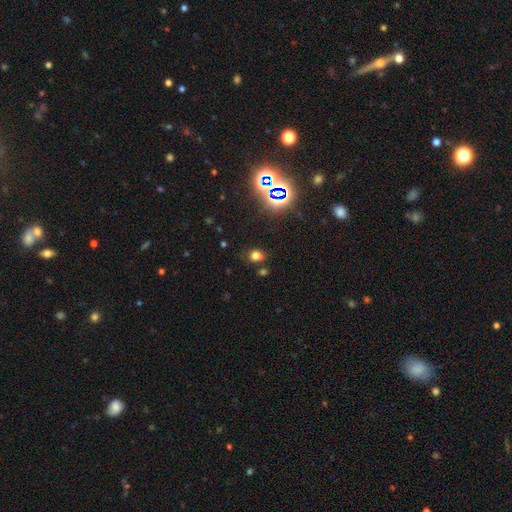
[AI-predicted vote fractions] Q: Smooth or featured?
A: smooth (67%); runner-up: star or artifact (25%)
Q: How rounded?
A: in between (52%); runner-up: round (46%)
Q: Merging?
A: none (72%); runner-up: minor disturbance (15%)